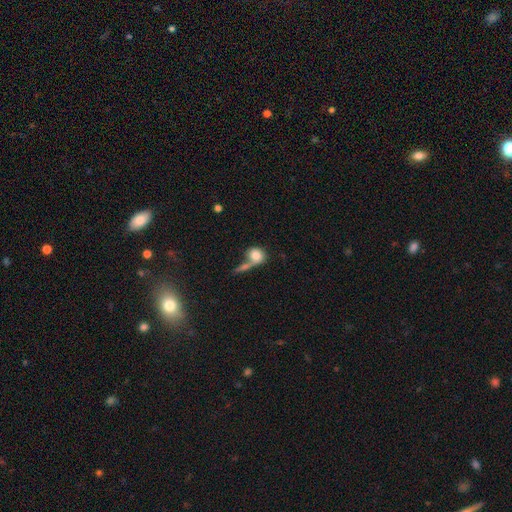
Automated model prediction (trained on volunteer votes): Smooth or featured? Predicted: smooth (p=0.77). How rounded? Predicted: round (p=0.61). Merging? Predicted: merger (p=0.43).